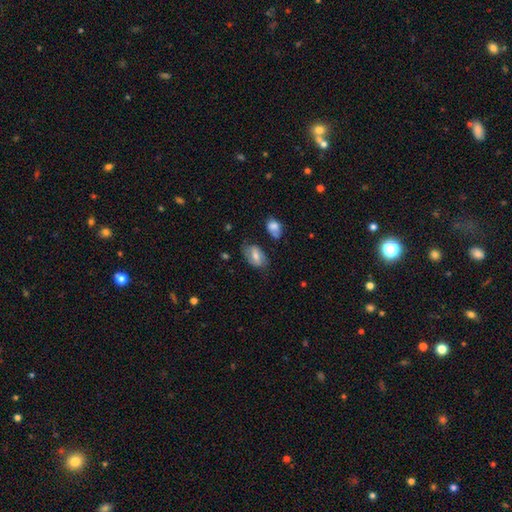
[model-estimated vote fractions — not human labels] Smooth or featured: smooth — 49% (featured or disk — 43%)
Merging: none — 66% (minor disturbance — 22%)